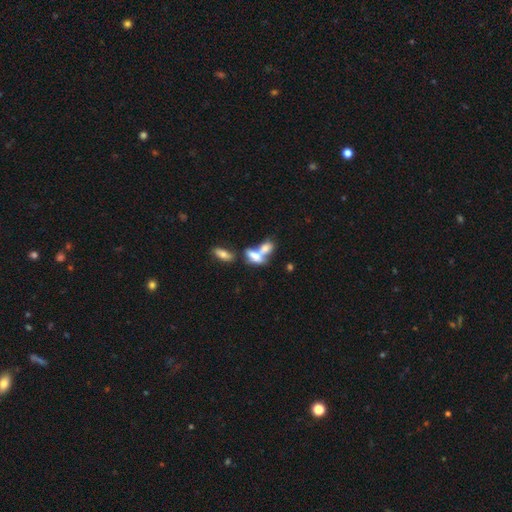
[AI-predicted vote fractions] A smooth galaxy with no disk features (67%) that is in between round and cigar-shaped (78%).

Vote fractions:
- Smooth or featured? smooth: 67% / featured or disk: 24% / star or artifact: 10%
- How rounded? in between: 78% / cigar-shaped: 14% / round: 8%
- Merging? merger: 66% / none: 21% / minor disturbance: 7% / major disturbance: 5%